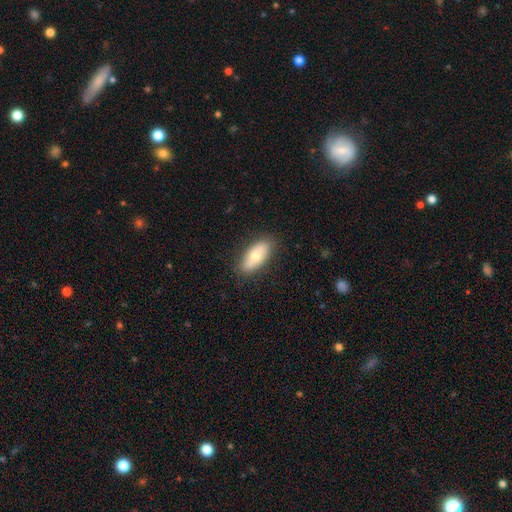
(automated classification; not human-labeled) Morphology: type=smooth (67%); roundness=in between (83%); merging=none (85%).